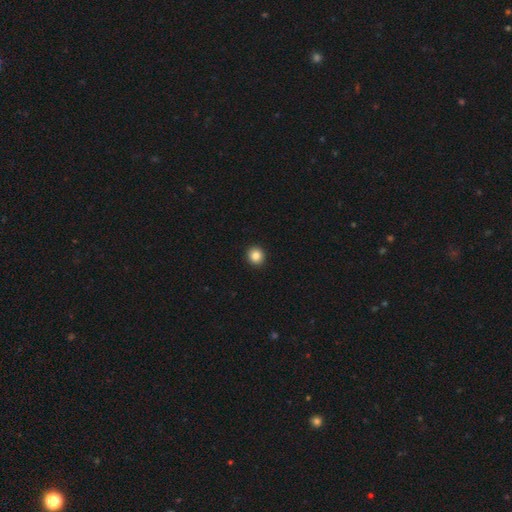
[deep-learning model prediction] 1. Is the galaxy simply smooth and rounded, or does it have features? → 85% smooth, 10% star or artifact, 5% featured or disk.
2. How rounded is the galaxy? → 92% round, 7% in between, 1% cigar-shaped.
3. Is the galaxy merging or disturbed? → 94% none, 4% minor disturbance, 1% major disturbance, 1% merger.